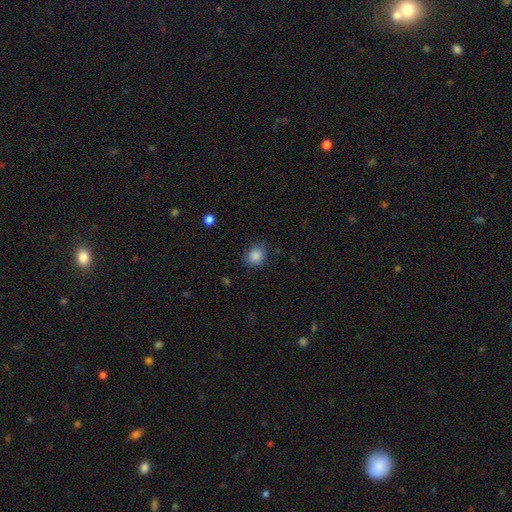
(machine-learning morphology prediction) type=smooth (86%); roundness=round (62%); merging=none (73%).